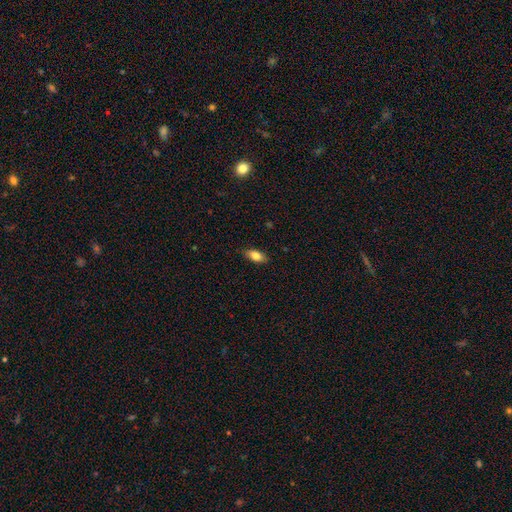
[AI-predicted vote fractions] Smooth or featured? Predicted: smooth (p=0.81). How rounded? Predicted: in between (p=0.87). Merging? Predicted: none (p=0.86).